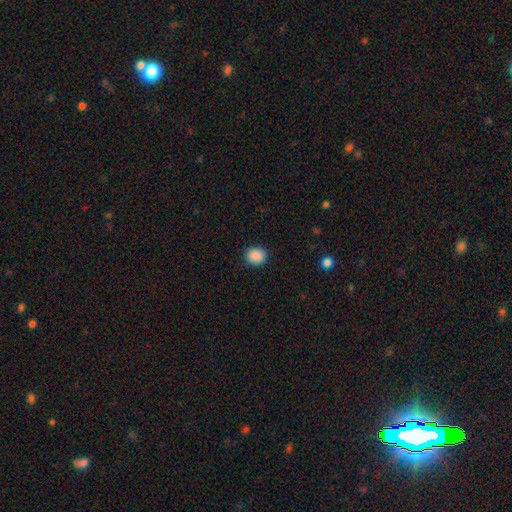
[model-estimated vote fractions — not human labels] This appears to be a smooth galaxy with no disk features (89%) that is round (72%). Merging: none (89%).